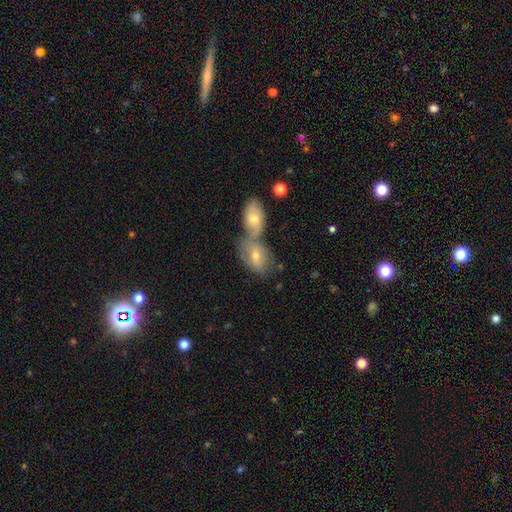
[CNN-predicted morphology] Q: Smooth or featured?
A: smooth (60%); runner-up: featured or disk (34%)
Q: How rounded?
A: in between (80%); runner-up: round (17%)
Q: Merging?
A: merger (67%); runner-up: none (21%)